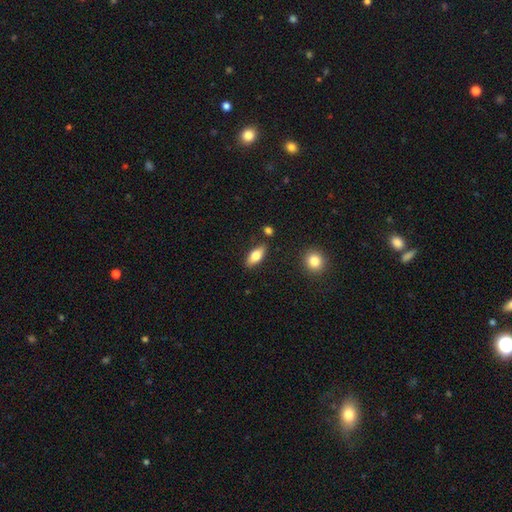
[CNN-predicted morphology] Overall: smooth (72%). How rounded: in between (77%). Merging: none (82%).